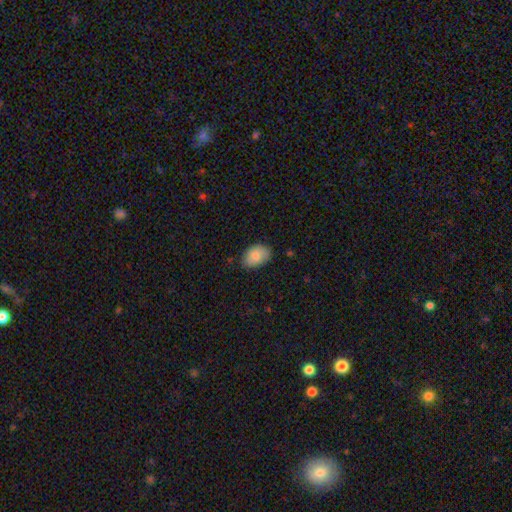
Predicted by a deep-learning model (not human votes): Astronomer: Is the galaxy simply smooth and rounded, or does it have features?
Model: smooth — 83%.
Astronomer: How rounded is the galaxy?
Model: in between — 85%.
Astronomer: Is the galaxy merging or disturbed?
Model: none — 76%.